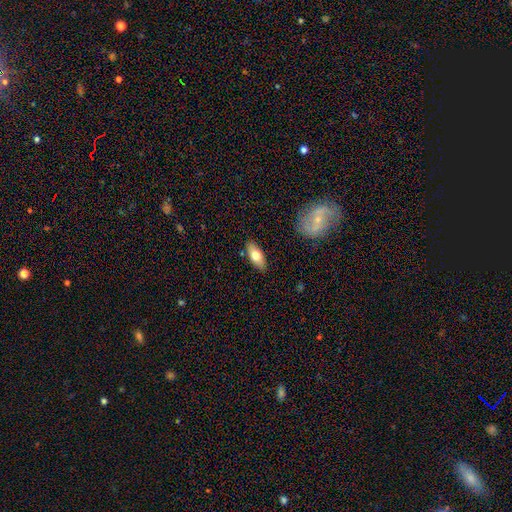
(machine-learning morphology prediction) Smooth or featured? smooth (70%)
How rounded? in between (82%)
Merging? none (86%)